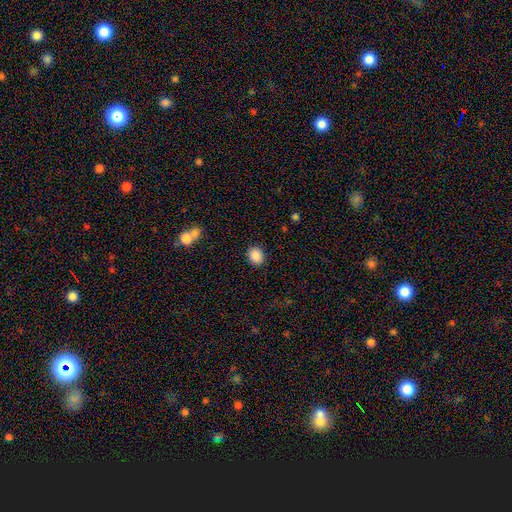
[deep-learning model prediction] smooth 88%, star or artifact 9%, featured or disk 3%. Down the decision tree: how rounded — round (66%); merging — none (89%).